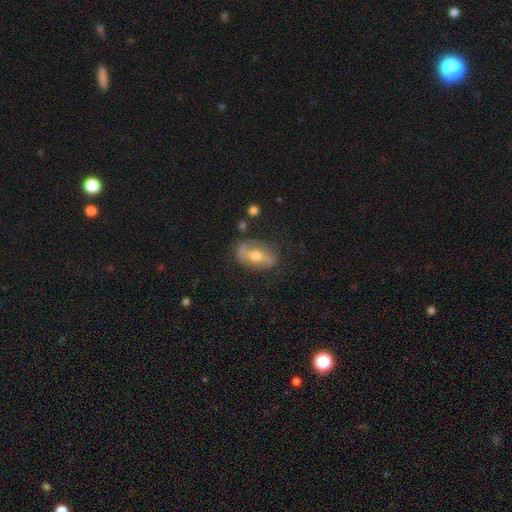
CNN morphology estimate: The model was most divided on "spiral arms" (2-way tie): yes: 50%, no: 50%. More confident: edge-on disk — no (81%); merging — none (74%); bulge size — moderate (72%); smooth or featured — featured or disk (62%); bar — strong (50%).